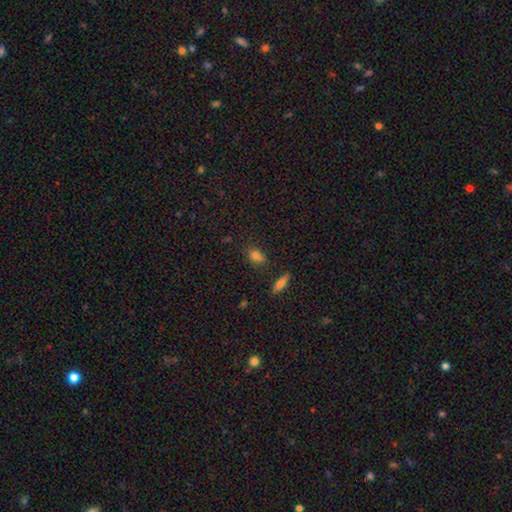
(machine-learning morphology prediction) smooth_or_featured: smooth (p=0.76) [alt: star or artifact p=0.15]
how_rounded: in between (p=0.72) [alt: round p=0.24]
merging: none (p=0.72) [alt: minor disturbance p=0.17]